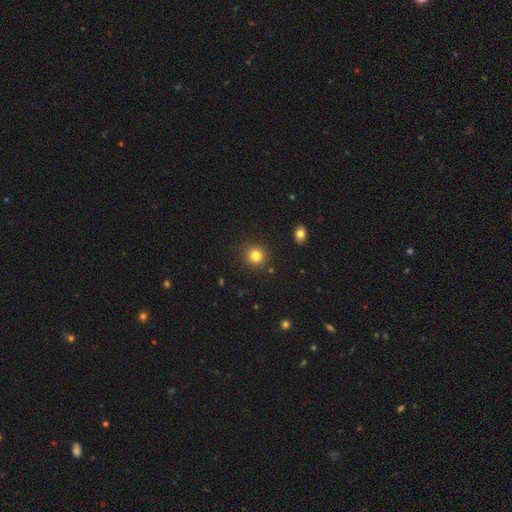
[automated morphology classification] This appears to be a smooth galaxy with no disk features (82%) that is round (87%). Merging: none (88%).